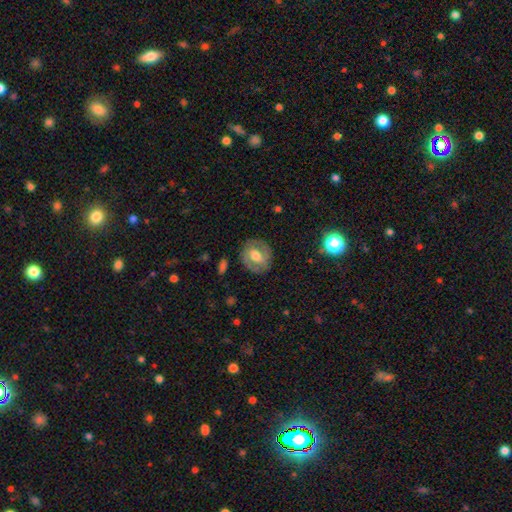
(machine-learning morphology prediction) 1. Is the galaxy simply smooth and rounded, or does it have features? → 51% featured or disk, 42% smooth, 7% star or artifact.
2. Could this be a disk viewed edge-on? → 95% no, 5% yes.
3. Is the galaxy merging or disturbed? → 82% none, 12% minor disturbance, 4% major disturbance, 1% merger.